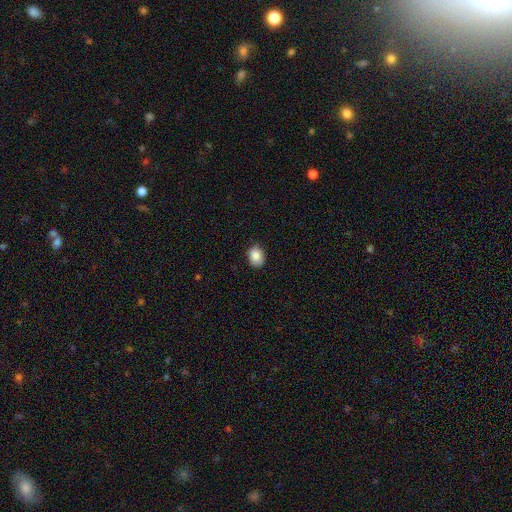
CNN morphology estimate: smooth 86%, star or artifact 8%, featured or disk 6%. Down the decision tree: how rounded — in between (64%); merging — none (82%).